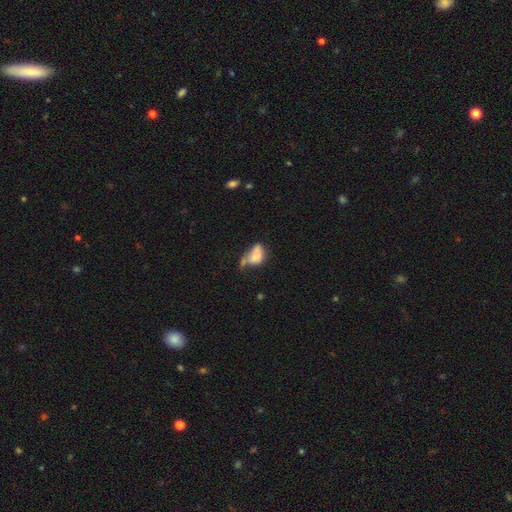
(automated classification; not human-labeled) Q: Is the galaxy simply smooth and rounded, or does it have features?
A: smooth — 63%.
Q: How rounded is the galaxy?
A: in between — 82%.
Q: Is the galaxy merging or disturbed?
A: minor disturbance — 26%, tied with major disturbance.